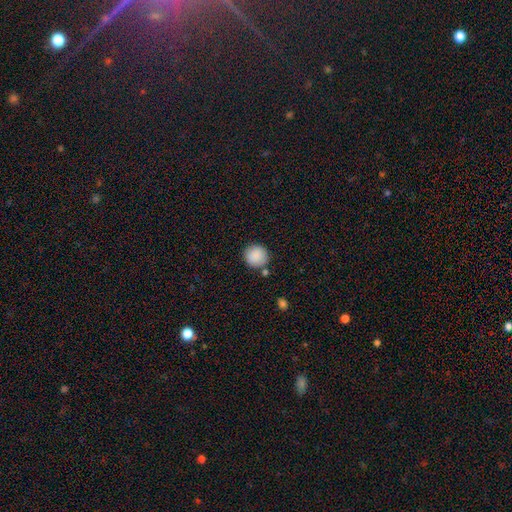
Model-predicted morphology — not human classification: Q: Smooth or featured?
A: smooth (89%); runner-up: star or artifact (8%)
Q: How rounded?
A: round (93%); runner-up: in between (6%)
Q: Merging?
A: none (83%); runner-up: minor disturbance (9%)